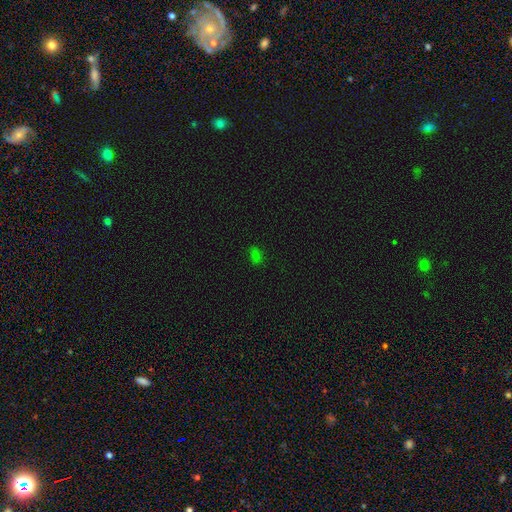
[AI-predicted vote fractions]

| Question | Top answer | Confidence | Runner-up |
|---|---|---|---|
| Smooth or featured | smooth | 67% | star or artifact (25%) |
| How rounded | in between | 55% | round (43%) |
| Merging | none | 82% | minor disturbance (13%) |